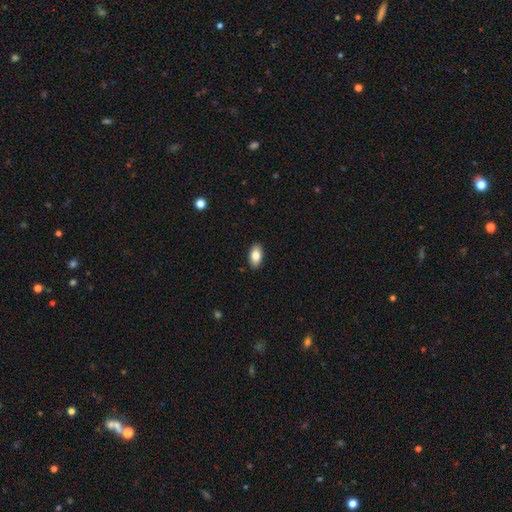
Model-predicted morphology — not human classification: A smooth galaxy with no disk features (84%) that is in between round and cigar-shaped (93%). Merging: none (90%).